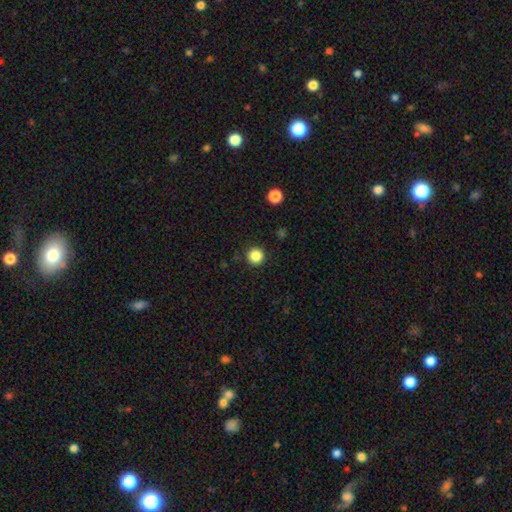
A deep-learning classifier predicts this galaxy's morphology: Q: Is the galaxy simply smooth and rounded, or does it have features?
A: smooth — 85%.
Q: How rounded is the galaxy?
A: round — 96%.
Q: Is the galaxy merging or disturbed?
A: none — 92%.